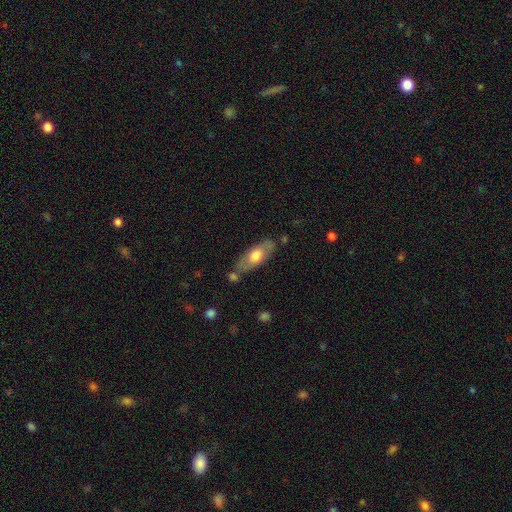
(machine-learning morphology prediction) Smooth or featured? Predicted: smooth (p=0.59). How rounded? Predicted: in between (p=0.70). Merging? Predicted: none (p=0.69).